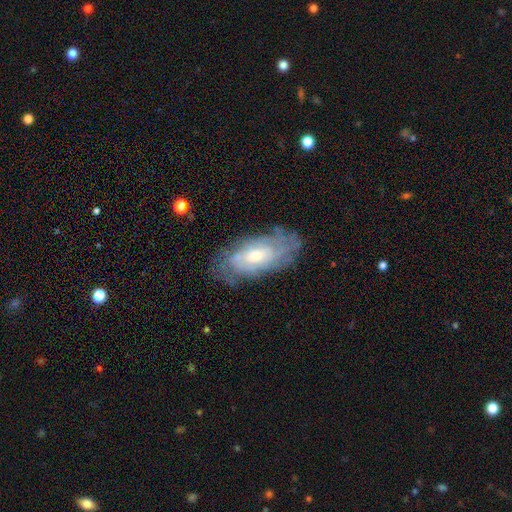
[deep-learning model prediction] smooth_or_featured: featured or disk (p=0.65) [alt: smooth p=0.28]
disk_edge_on: no (p=0.88) [alt: yes p=0.12]
bar: no (p=0.67) [alt: weak p=0.28]
has_spiral_arms: yes (p=0.76) [alt: no p=0.24]
bulge_size: moderate (p=0.52) [alt: small p=0.40]
merging: none (p=0.73) [alt: minor disturbance p=0.19]